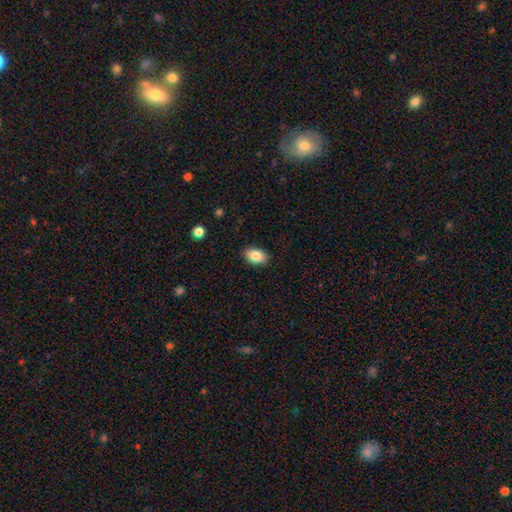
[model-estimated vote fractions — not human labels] A smooth galaxy with no disk features (85%) that is in between round and cigar-shaped (89%).

Vote fractions:
- Smooth or featured? smooth: 85% / featured or disk: 8% / star or artifact: 8%
- How rounded? in between: 89% / round: 10% / cigar-shaped: 1%
- Merging? none: 88% / minor disturbance: 9% / major disturbance: 2% / merger: 1%